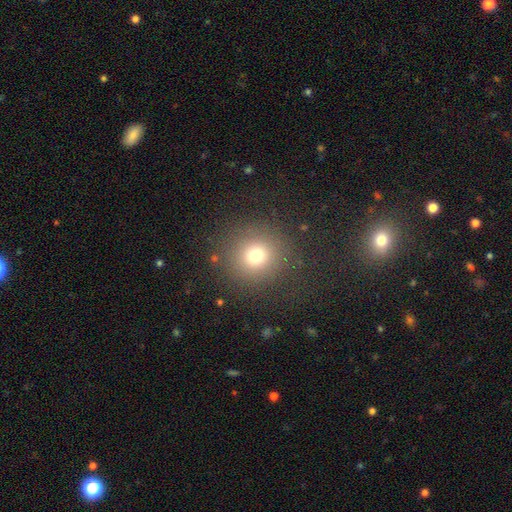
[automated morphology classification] The model was most divided on "smooth or featured": smooth: 73%, star or artifact: 17%, featured or disk: 10%. More confident: how rounded — round (92%); merging — none (85%).